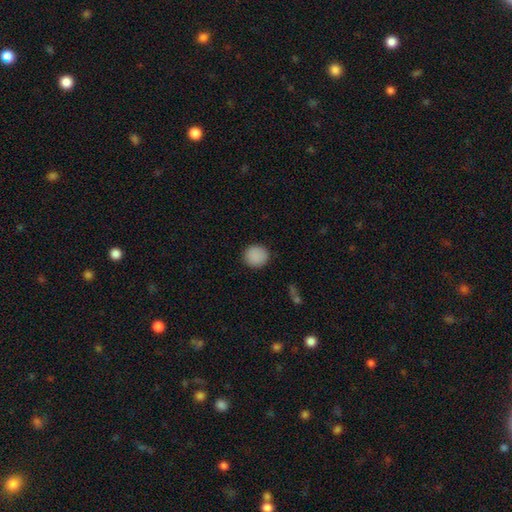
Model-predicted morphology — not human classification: Smooth or featured?
  - smooth: 88% *
  - star or artifact: 8%
  - featured or disk: 3%
How rounded?
  - round: 89% *
  - in between: 10%
  - cigar-shaped: 1%
Merging?
  - none: 90% *
  - minor disturbance: 7%
  - major disturbance: 2%
  - merger: 1%